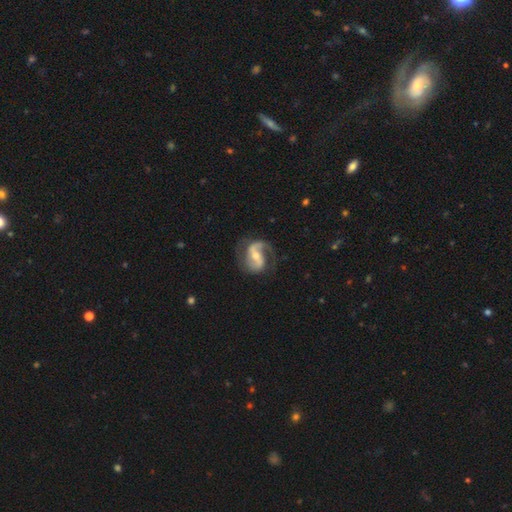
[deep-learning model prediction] The model was most divided on "bar": weak: 39%, strong: 37%, no: 23%. More confident: edge-on disk — no (97%); spiral arms — yes (96%); smooth or featured — featured or disk (87%); spiral arm count — 2 (84%); merging — none (69%); bulge size — moderate (55%); spiral winding — medium (51%).